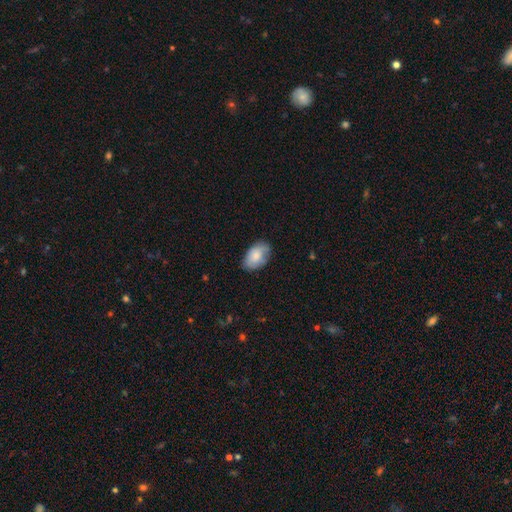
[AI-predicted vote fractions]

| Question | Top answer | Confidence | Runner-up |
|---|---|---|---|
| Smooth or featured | smooth | 78% | featured or disk (15%) |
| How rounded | in between | 92% | round (7%) |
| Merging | none | 74% | minor disturbance (21%) |